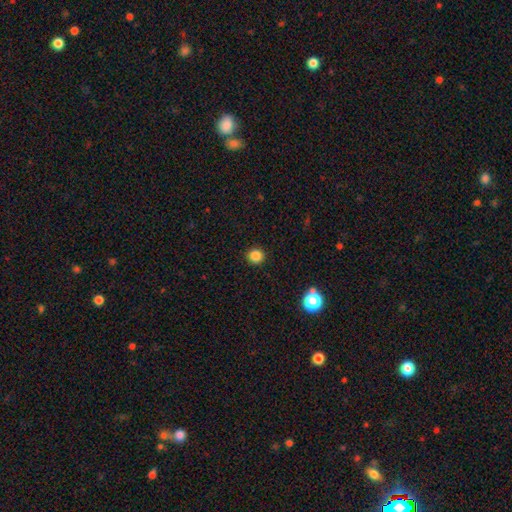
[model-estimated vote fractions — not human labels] The model was most divided on "smooth or featured": smooth: 84%, star or artifact: 12%, featured or disk: 4%. More confident: how rounded — round (93%); merging — none (92%).